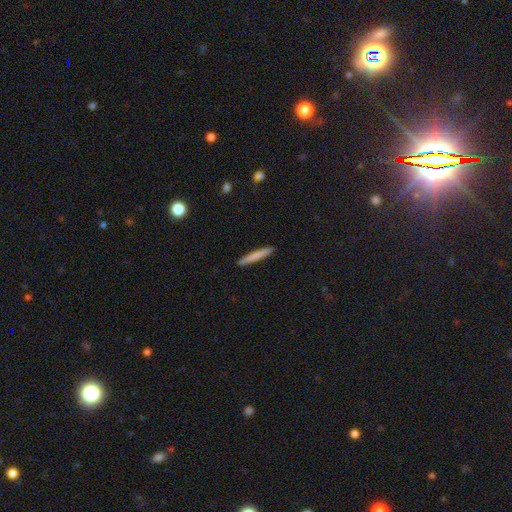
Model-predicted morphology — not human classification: Smooth or featured? smooth (75%)
How rounded? cigar-shaped (96%)
Merging? none (92%)